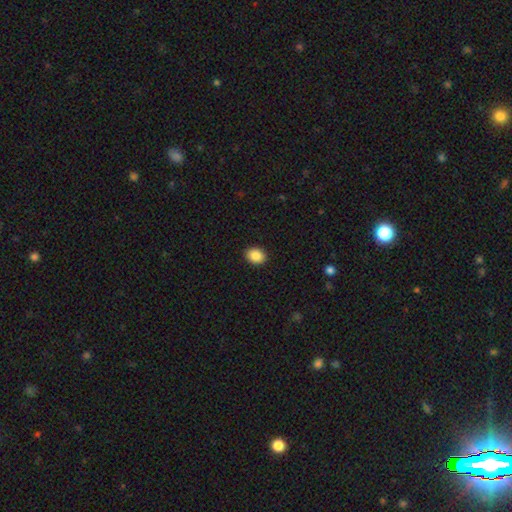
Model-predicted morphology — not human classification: Smooth or featured? Predicted: smooth (p=0.88). How rounded? Predicted: in between (p=0.61). Merging? Predicted: none (p=0.91).